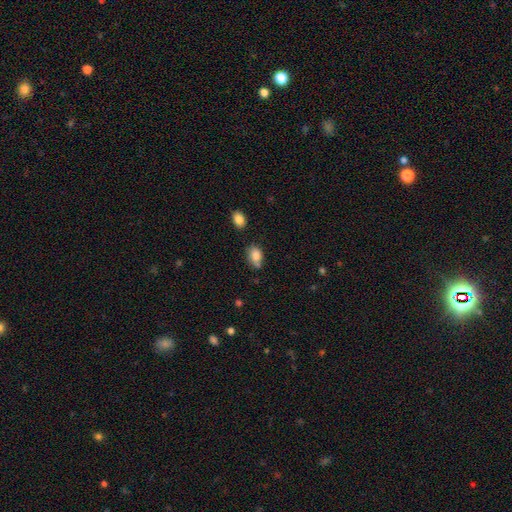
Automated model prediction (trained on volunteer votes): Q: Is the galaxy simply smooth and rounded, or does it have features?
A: smooth — 83%.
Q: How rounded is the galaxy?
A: in between — 85%.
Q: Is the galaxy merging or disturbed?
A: none — 53%.